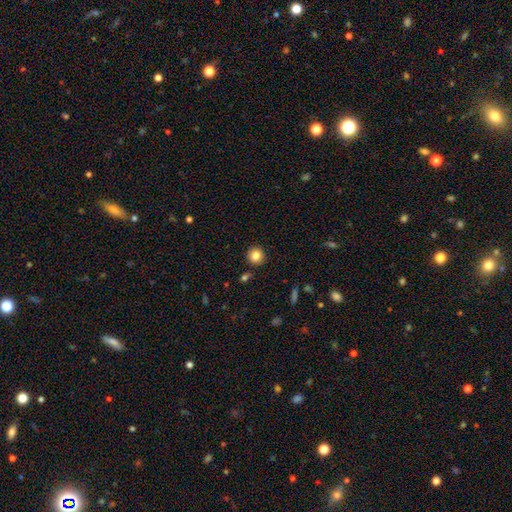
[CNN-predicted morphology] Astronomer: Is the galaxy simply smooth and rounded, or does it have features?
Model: smooth — 83%.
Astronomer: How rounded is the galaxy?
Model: round — 93%.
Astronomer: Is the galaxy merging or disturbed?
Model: none — 89%.